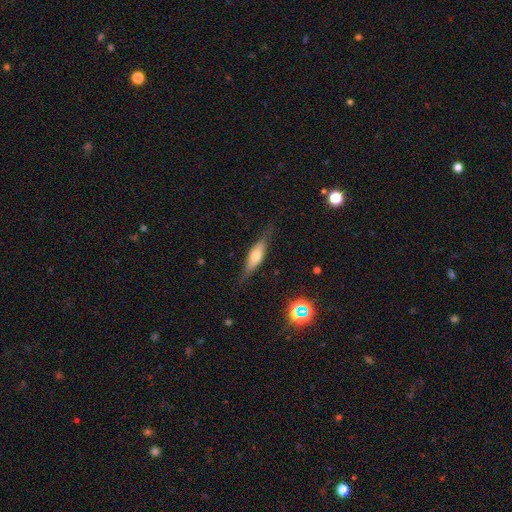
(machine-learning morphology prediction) smooth_or_featured: smooth (p=0.46) [tied with: featured or disk p=0.46]
merging: none (p=0.78) [alt: minor disturbance p=0.16]